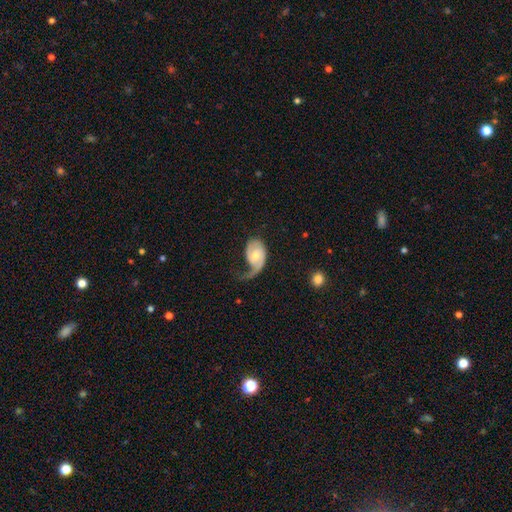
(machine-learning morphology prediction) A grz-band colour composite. It shows a featured or disk galaxy (74%) with no bar (62%), 1 (67%) loose (48%) spiral arms (90%) and a moderate central bulge (60%). Merging: major disturbance (48%).